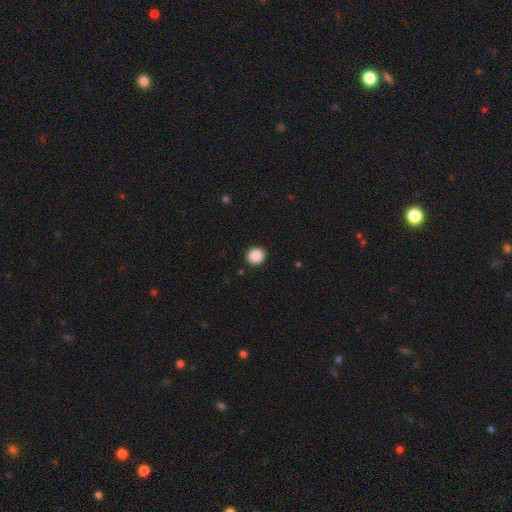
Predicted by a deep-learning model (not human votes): smooth 88%, star or artifact 9%, featured or disk 3%. Down the decision tree: how rounded — round (90%); merging — none (92%).